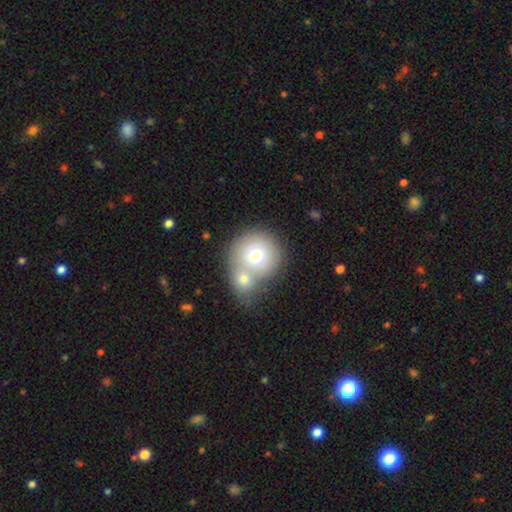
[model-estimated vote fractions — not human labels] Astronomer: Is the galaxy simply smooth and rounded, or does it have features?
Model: smooth — 67%.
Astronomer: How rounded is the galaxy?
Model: round — 88%.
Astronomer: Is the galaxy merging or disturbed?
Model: merger — 53% (runner-up: none, 35%).